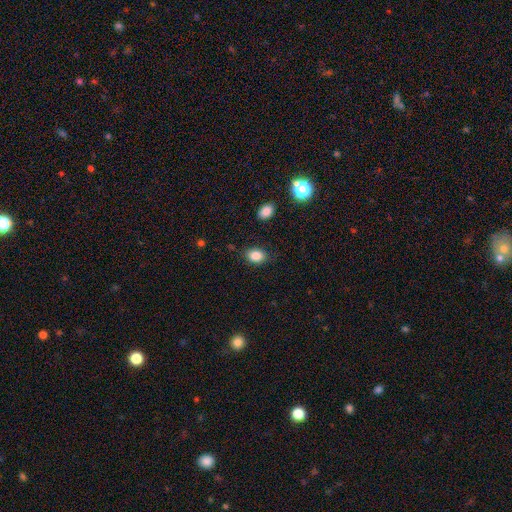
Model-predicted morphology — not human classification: type=smooth (86%); roundness=in between (70%); merging=none (81%).